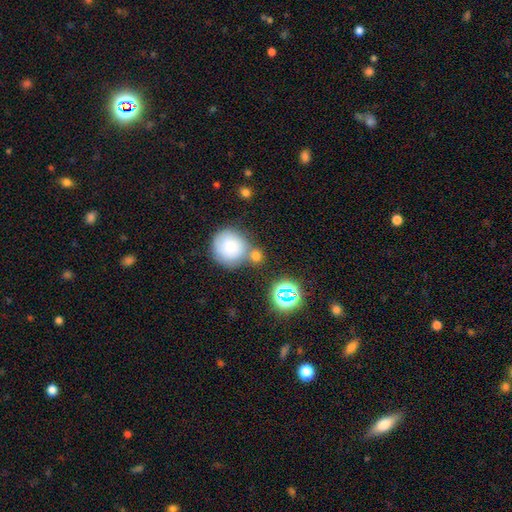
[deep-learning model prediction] The model was most divided on "merging": none: 51%, merger: 29%, minor disturbance: 14%, major disturbance: 6%. More confident: how rounded — round (88%); smooth or featured — smooth (74%).